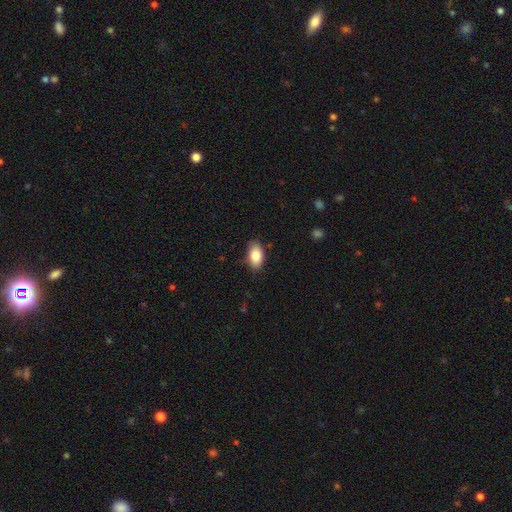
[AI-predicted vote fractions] A smooth galaxy with no disk features (83%) that is in between round and cigar-shaped (92%). Merging: none (82%).